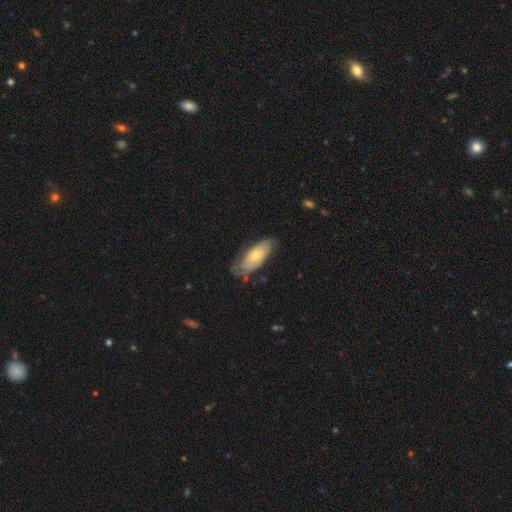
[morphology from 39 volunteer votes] Q: Smooth or featured?
A: smooth (54%); runner-up: featured or disk (41%)
Q: How rounded?
A: in between (90%); runner-up: cigar-shaped (10%)
Q: Merging?
A: none (46%); runner-up: minor disturbance (35%)